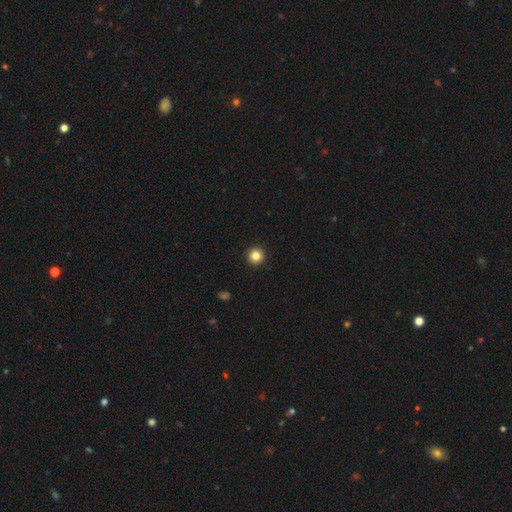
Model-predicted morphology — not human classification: Smooth or featured?
  - smooth: 84% *
  - star or artifact: 11%
  - featured or disk: 5%
How rounded?
  - round: 96% *
  - in between: 3%
  - cigar-shaped: 1%
Merging?
  - none: 94% *
  - minor disturbance: 4%
  - major disturbance: 1%
  - merger: 1%